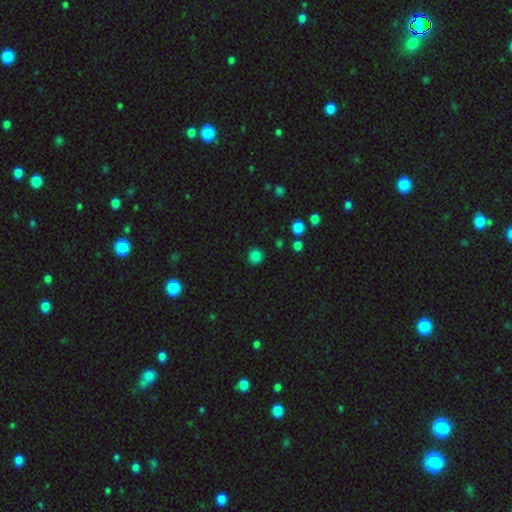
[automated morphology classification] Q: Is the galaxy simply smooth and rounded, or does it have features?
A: smooth — 82%.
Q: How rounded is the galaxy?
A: round — 89%.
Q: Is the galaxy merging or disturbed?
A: none — 88%.